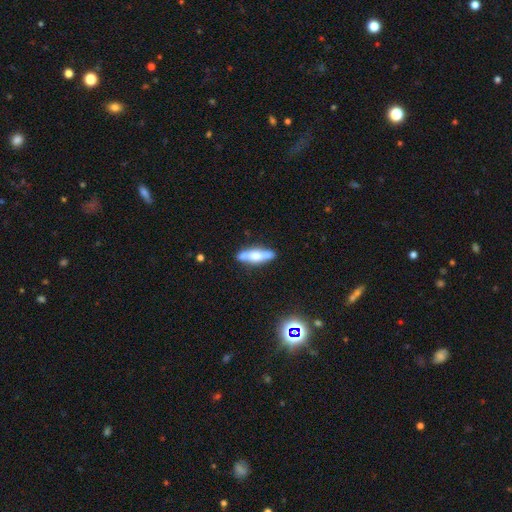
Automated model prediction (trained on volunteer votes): A featured or disk galaxy (49%). Merging: none (78%).